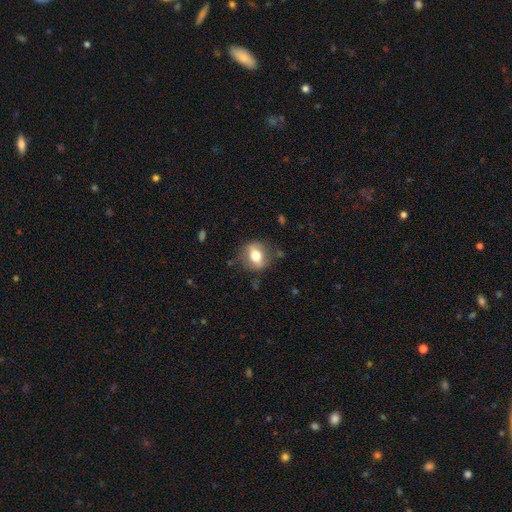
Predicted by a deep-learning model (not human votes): Q: Smooth or featured?
A: smooth (61%); runner-up: featured or disk (31%)
Q: How rounded?
A: round (49%); runner-up: in between (48%)
Q: Merging?
A: none (77%); runner-up: minor disturbance (16%)